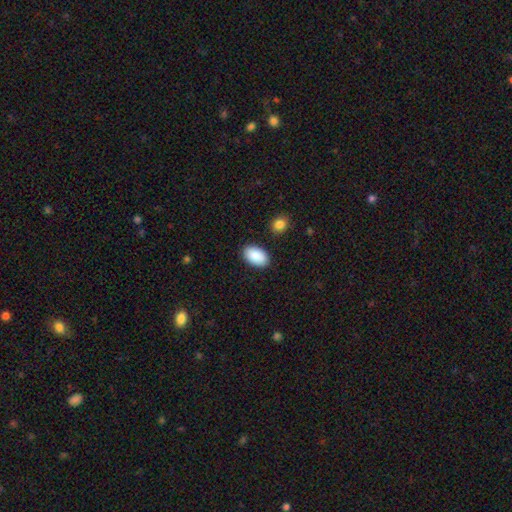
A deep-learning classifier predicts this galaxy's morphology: type=smooth (89%); roundness=in between (93%); merging=none (87%).